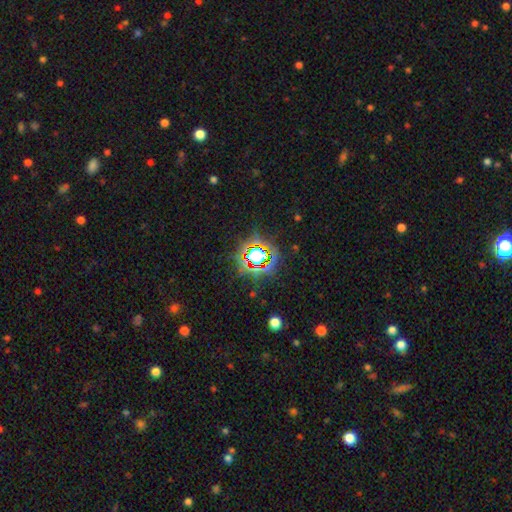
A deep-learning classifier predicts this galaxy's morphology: smooth_or_featured: star or artifact (p=0.72) [alt: smooth p=0.17]